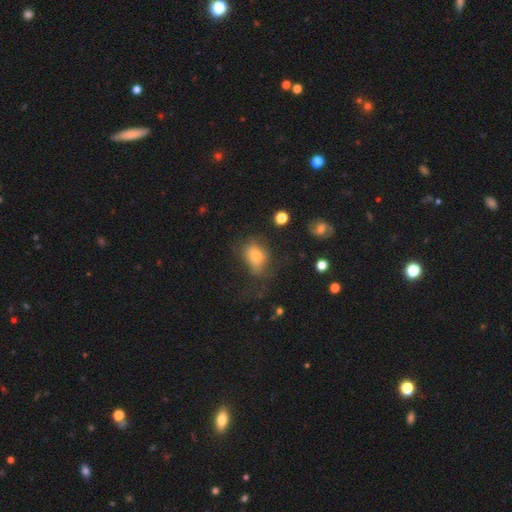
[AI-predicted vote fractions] The model was most divided on "merging": none: 44%, minor disturbance: 27%, major disturbance: 25%, merger: 3%. More confident: smooth or featured — smooth (71%); how rounded — in between (66%).